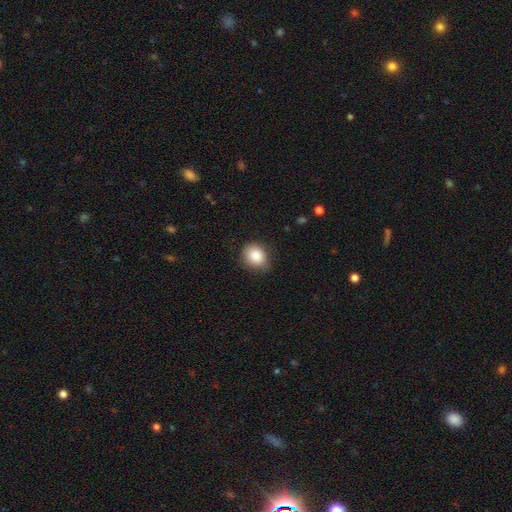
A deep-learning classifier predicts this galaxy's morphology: Smooth or featured?
  - smooth: 86% *
  - star or artifact: 8%
  - featured or disk: 6%
How rounded?
  - round: 57% *
  - in between: 42%
  - cigar-shaped: 1%
Merging?
  - none: 78% *
  - minor disturbance: 17%
  - major disturbance: 4%
  - merger: 1%